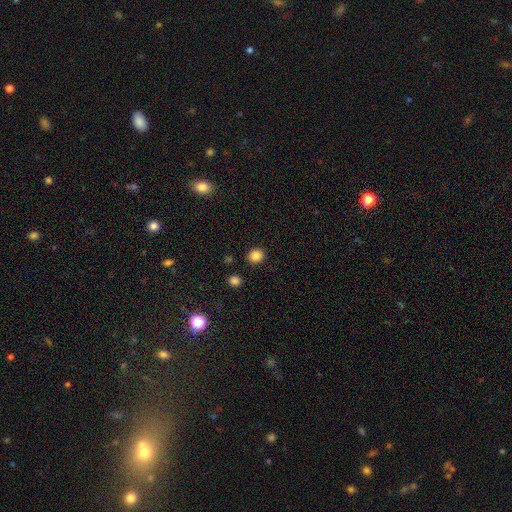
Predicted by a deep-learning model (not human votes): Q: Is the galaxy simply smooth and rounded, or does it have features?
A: smooth — 86%.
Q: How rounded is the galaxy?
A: round — 73%.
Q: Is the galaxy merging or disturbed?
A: none — 89%.